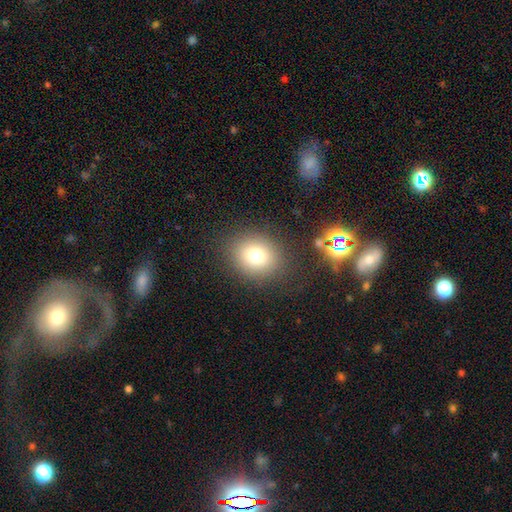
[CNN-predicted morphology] A smooth galaxy with no disk features (76%) that is round (68%). Merging: none (85%).